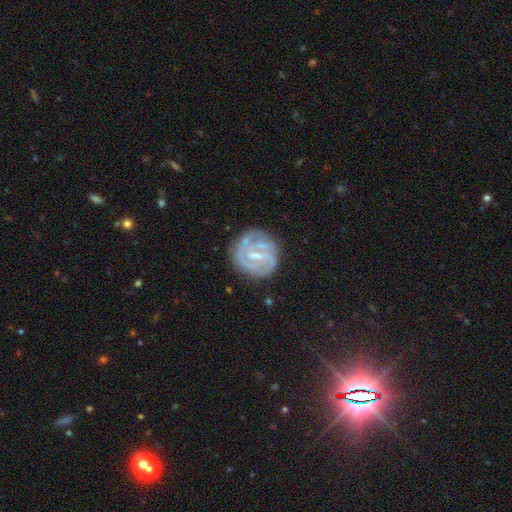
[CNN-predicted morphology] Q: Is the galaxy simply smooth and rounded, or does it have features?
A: featured or disk — 82%.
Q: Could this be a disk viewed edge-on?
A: no — 97%.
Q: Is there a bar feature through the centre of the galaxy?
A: weak — 46%.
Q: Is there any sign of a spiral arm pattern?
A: yes — 92%.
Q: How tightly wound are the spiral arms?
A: tight — 62%.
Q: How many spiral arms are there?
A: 2 — 36%.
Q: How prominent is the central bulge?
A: small — 54%.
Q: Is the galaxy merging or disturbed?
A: none — 75%.